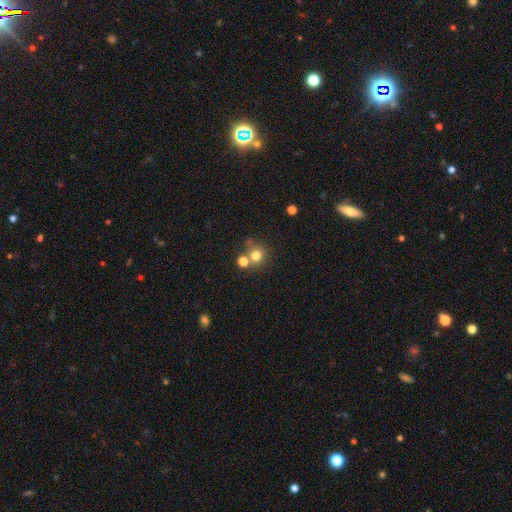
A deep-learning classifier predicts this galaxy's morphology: smooth-or-featured: smooth: 75% | star or artifact: 15% | featured or disk: 10%
  how-rounded: round: 89% | in between: 10% | cigar-shaped: 1%
  merging: none: 61% | merger: 26% | minor disturbance: 9% | major disturbance: 4%